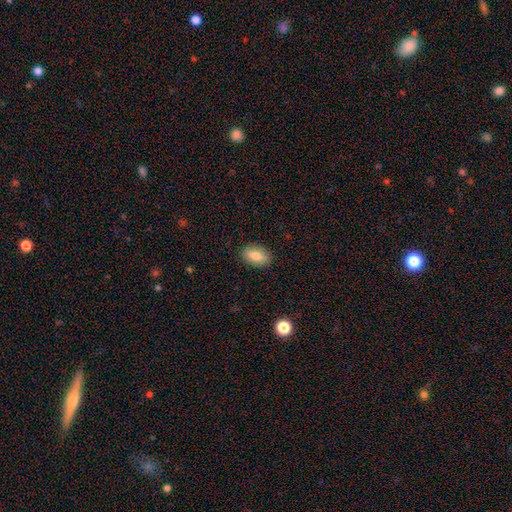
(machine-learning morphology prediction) smooth-or-featured: smooth: 80% | featured or disk: 12% | star or artifact: 7%
  how-rounded: in between: 89% | round: 7% | cigar-shaped: 3%
  merging: none: 87% | minor disturbance: 10% | major disturbance: 2% | merger: 1%